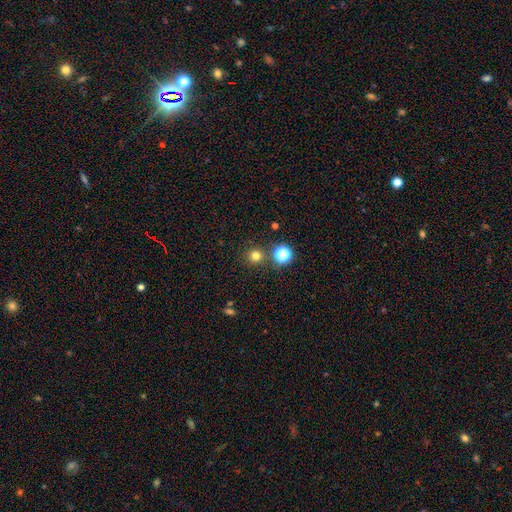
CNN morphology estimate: smooth 75%, star or artifact 19%, featured or disk 6%. Down the decision tree: how rounded — round (94%); merging — none (84%).